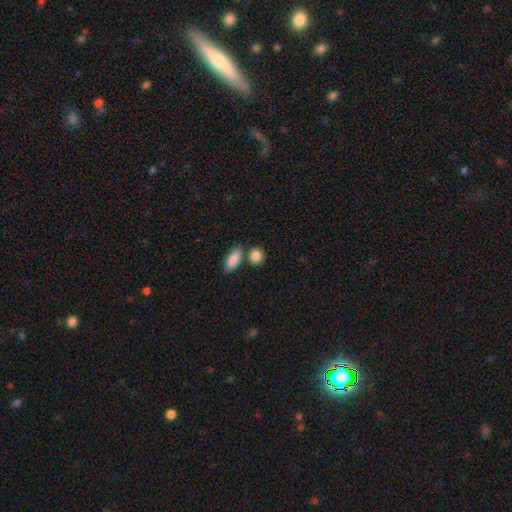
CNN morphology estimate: Q: Smooth or featured?
A: smooth (88%); runner-up: star or artifact (7%)
Q: How rounded?
A: round (57%); runner-up: in between (39%)
Q: Merging?
A: none (67%); runner-up: merger (19%)